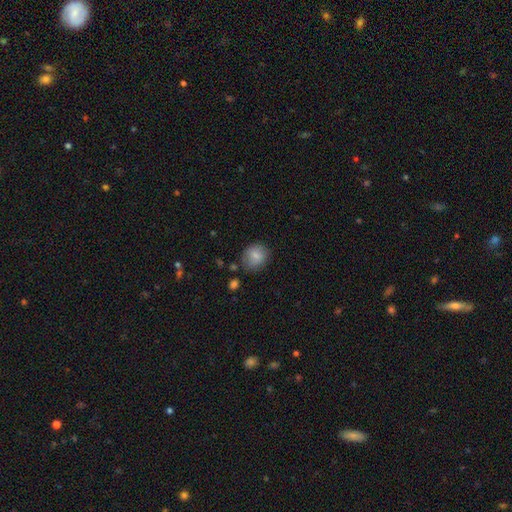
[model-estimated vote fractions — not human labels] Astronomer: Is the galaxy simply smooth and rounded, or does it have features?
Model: smooth — 82%.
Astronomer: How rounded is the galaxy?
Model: round — 70%.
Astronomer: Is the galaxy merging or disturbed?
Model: none — 74%.